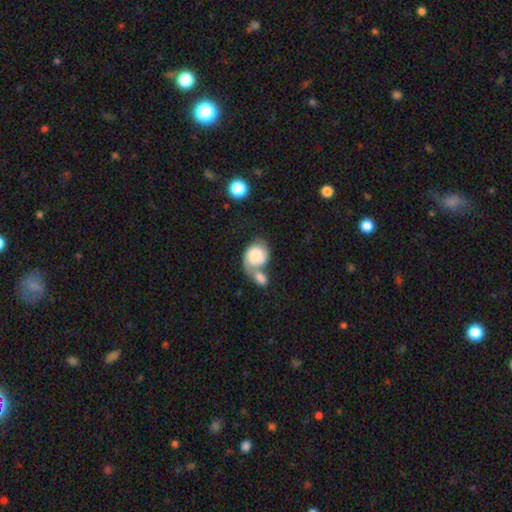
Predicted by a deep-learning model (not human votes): The model was most divided on "how rounded": in between: 50%, round: 49%, cigar-shaped: 1%. More confident: smooth or featured — smooth (67%); merging — merger (61%).